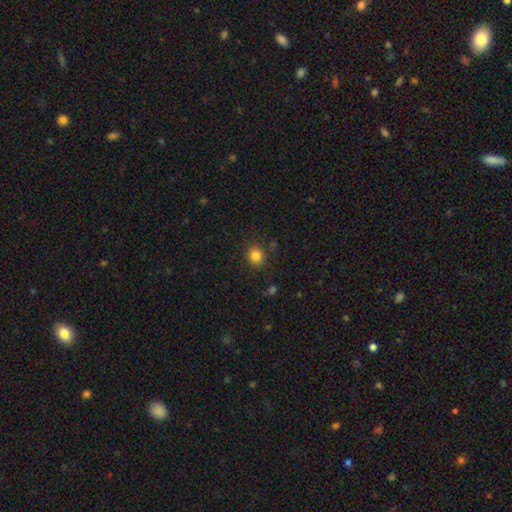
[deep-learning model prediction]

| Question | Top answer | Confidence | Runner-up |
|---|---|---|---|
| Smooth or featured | smooth | 83% | star or artifact (12%) |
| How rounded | round | 82% | in between (17%) |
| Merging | none | 86% | minor disturbance (9%) |